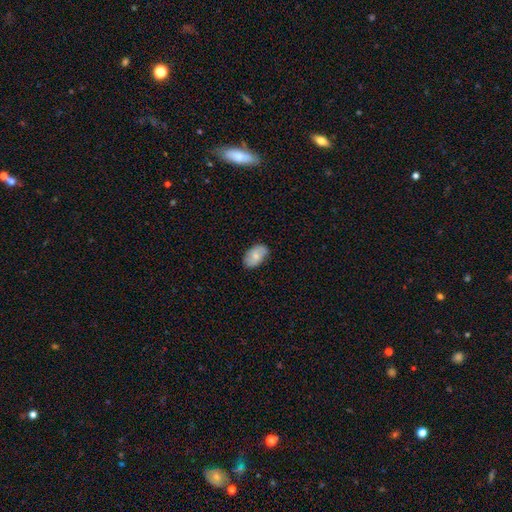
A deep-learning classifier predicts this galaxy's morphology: type=smooth (75%); roundness=in between (92%); merging=none (79%).